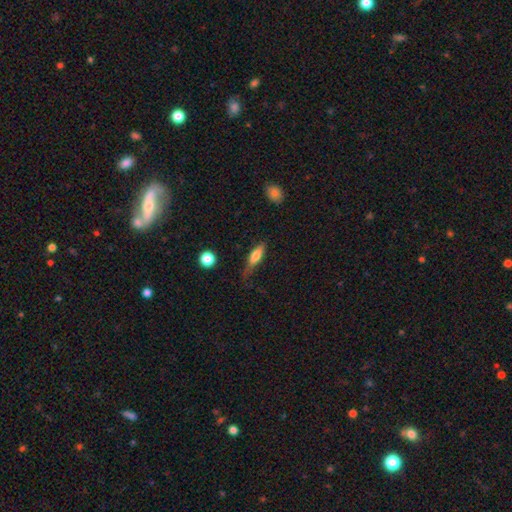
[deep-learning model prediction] The model was most divided on "how rounded": cigar-shaped: 51%, in between: 45%, round: 4%. Remaining: smooth or featured — smooth (67%); merging — none (48%).